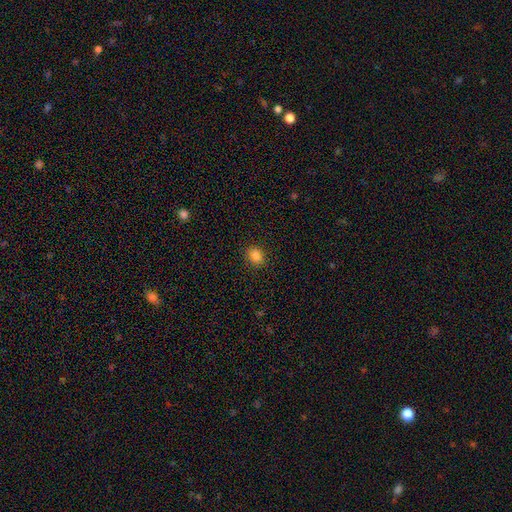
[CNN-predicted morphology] Smooth or featured?
  - smooth: 85% *
  - star or artifact: 11%
  - featured or disk: 4%
How rounded?
  - round: 53% *
  - in between: 46%
  - cigar-shaped: 1%
Merging?
  - none: 89% *
  - minor disturbance: 8%
  - major disturbance: 2%
  - merger: 1%